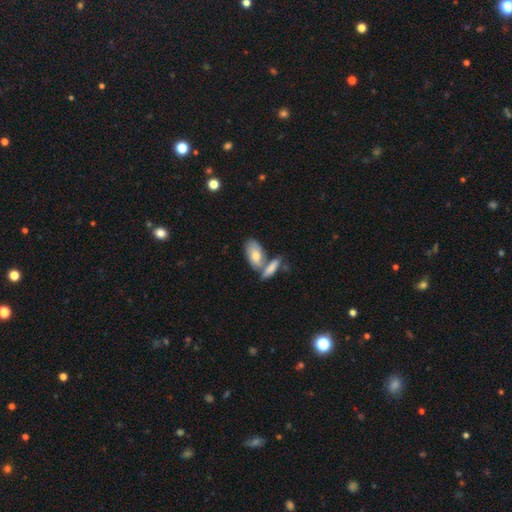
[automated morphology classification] Q: Smooth or featured?
A: smooth (69%); runner-up: featured or disk (24%)
Q: How rounded?
A: in between (87%); runner-up: cigar-shaped (10%)
Q: Merging?
A: none (42%); tied with: merger (42%)